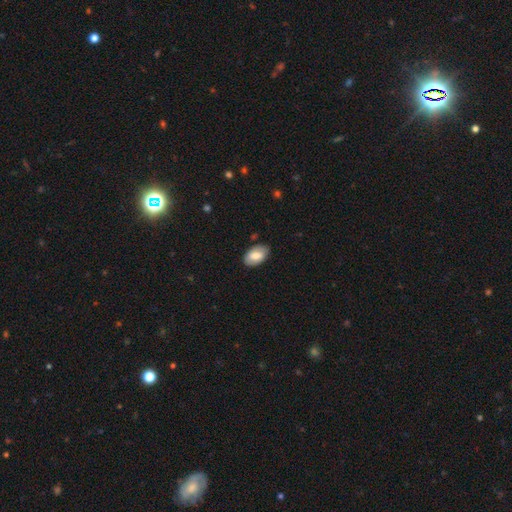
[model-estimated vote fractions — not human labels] Smooth or featured?
  - smooth: 70% *
  - featured or disk: 23%
  - star or artifact: 6%
How rounded?
  - in between: 93% *
  - round: 5%
  - cigar-shaped: 1%
Merging?
  - none: 82% *
  - minor disturbance: 14%
  - major disturbance: 3%
  - merger: 1%